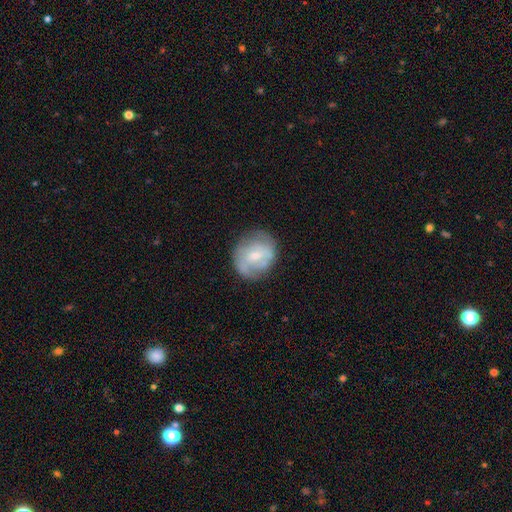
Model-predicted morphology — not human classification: smooth_or_featured: featured or disk (p=0.50) [alt: smooth p=0.43]
merging: none (p=0.67) [alt: minor disturbance p=0.22]